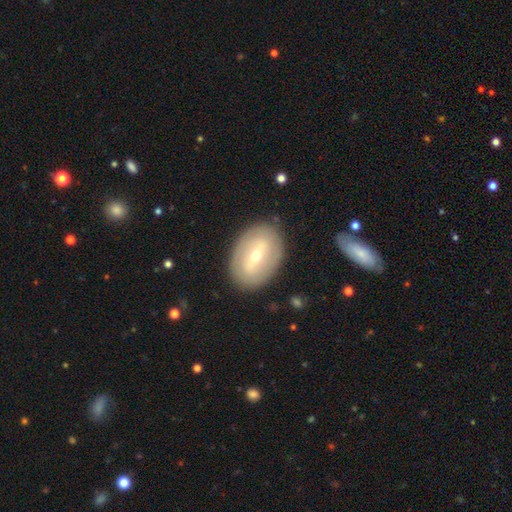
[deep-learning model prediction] Smooth or featured: featured or disk — 58% (smooth — 36%)
Edge-on disk: no — 90% (yes — 10%)
Bar: weak — 42% (strong — 37%)
Spiral arms: no — 70% (yes — 30%)
Bulge size: small — 51% (moderate — 46%)
Merging: none — 85% (minor disturbance — 10%)